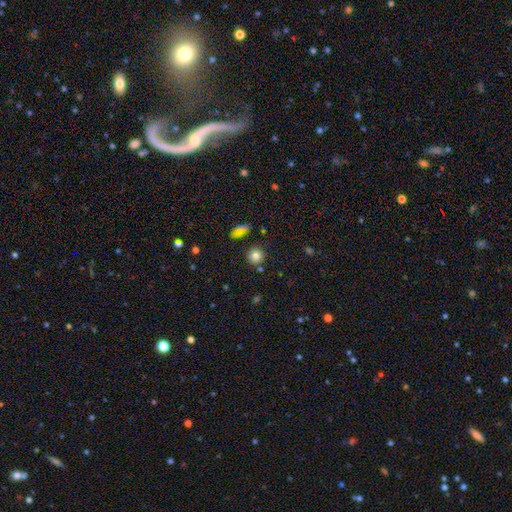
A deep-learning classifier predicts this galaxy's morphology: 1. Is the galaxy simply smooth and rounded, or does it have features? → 79% smooth, 12% star or artifact, 8% featured or disk.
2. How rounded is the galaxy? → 91% round, 8% in between, 1% cigar-shaped.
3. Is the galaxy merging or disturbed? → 84% none, 9% minor disturbance, 5% merger, 3% major disturbance.